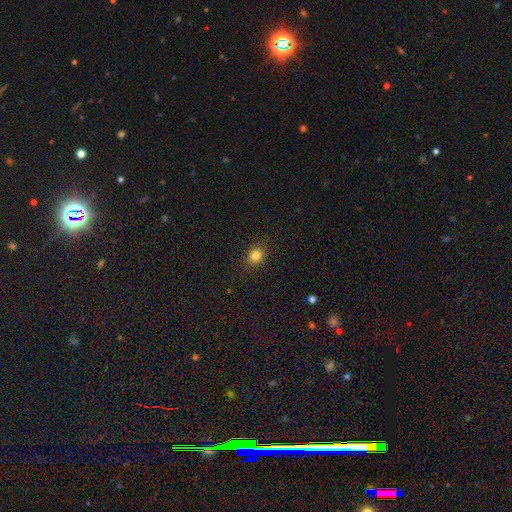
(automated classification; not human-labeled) smooth_or_featured: smooth (p=0.82) [alt: star or artifact p=0.12]
how_rounded: round (p=0.56) [alt: in between p=0.43]
merging: none (p=0.87) [alt: minor disturbance p=0.10]